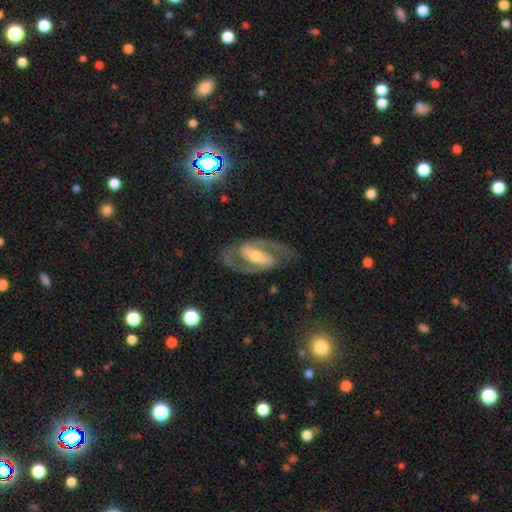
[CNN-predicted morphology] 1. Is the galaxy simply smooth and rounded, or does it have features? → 87% featured or disk, 8% smooth, 5% star or artifact.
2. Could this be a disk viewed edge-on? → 95% no, 5% yes.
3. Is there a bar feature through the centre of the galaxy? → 54% strong, 31% weak, 15% no.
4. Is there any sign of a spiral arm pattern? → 92% yes, 8% no.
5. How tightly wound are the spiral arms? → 58% medium, 25% tight, 17% loose.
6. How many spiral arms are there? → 92% 2, 3% can't tell, 2% 1, 1% 3, 1% 4, 1% more than 4.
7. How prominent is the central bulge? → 63% moderate, 25% small, 9% large, 2% none, 1% dominant.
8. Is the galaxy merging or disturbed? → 79% none, 13% minor disturbance, 7% major disturbance, 1% merger.